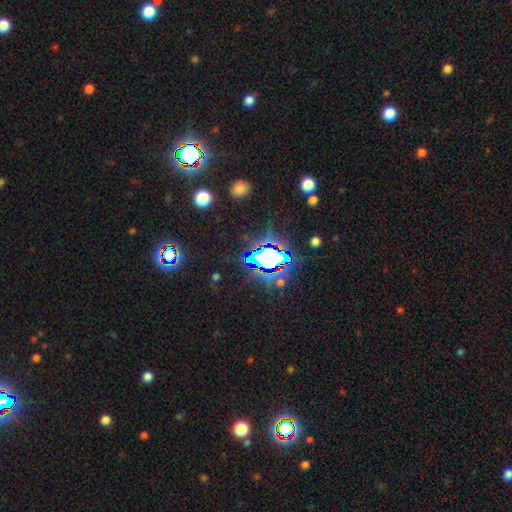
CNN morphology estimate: smooth_or_featured: star or artifact (p=0.83) [alt: smooth p=0.09]